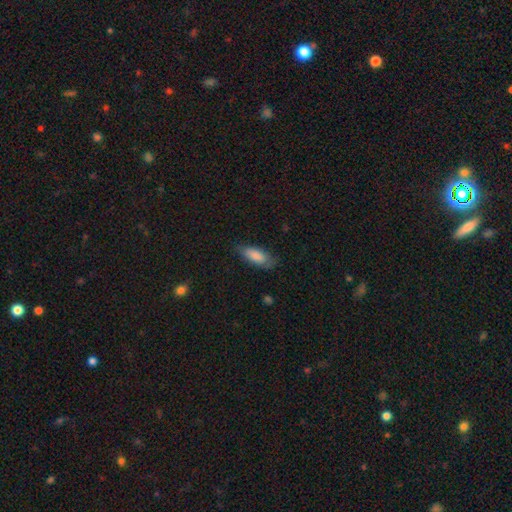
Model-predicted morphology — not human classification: type=smooth (84%); roundness=in between (77%); merging=none (71%).